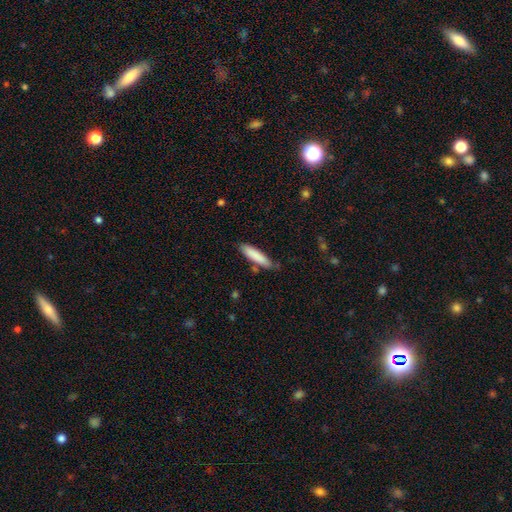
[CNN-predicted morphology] This is clearly a smooth galaxy (84%). How rounded: likely cigar-shaped (78%). Merging: likely none (74%).